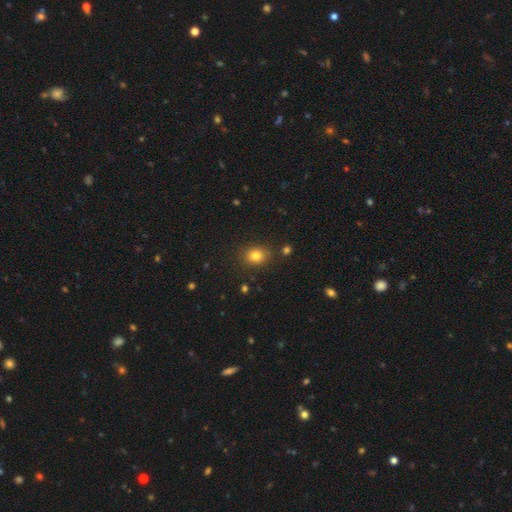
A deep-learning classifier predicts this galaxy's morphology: The model was most divided on "how rounded": round: 54%, in between: 45%, cigar-shaped: 1%. More confident: merging — none (83%); smooth or featured — smooth (81%).